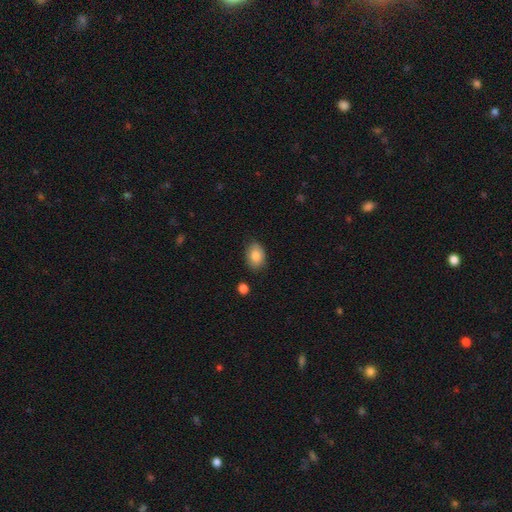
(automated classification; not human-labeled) smooth_or_featured: smooth (p=0.83) [alt: featured or disk p=0.10]
how_rounded: in between (p=0.82) [alt: round p=0.16]
merging: none (p=0.81) [alt: minor disturbance p=0.15]